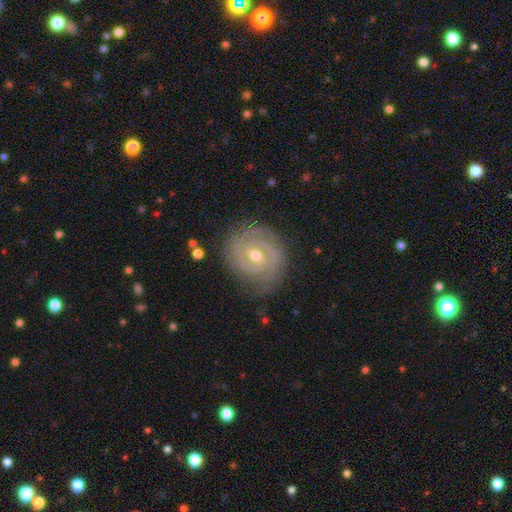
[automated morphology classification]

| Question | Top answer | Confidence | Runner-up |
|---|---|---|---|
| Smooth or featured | featured or disk | 90% | smooth (5%) |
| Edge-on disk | no | 98% | yes (2%) |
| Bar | no | 43% | weak (42%) |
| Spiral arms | yes | 98% | no (2%) |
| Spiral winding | tight | 82% | medium (15%) |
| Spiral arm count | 2 | 64% | 3 (15%) |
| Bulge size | moderate | 56% | small (41%) |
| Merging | none | 82% | minor disturbance (13%) |